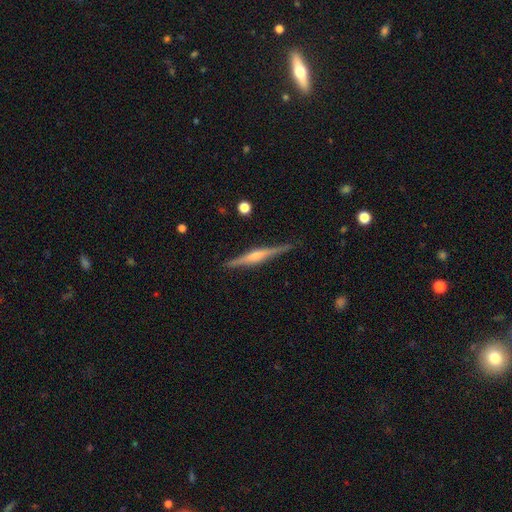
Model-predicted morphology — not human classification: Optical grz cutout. It shows a featured or disk galaxy (75%) viewed edge-on (98%) with a rounded central bulge (70%). Merging: none (88%).